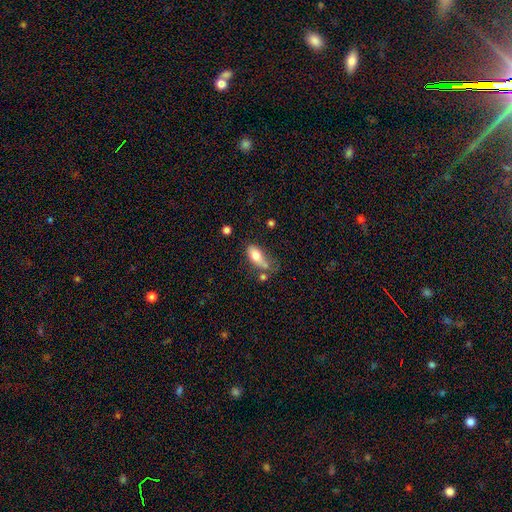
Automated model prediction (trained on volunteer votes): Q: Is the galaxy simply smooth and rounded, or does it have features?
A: smooth — 72%.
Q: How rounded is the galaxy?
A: in between — 81%.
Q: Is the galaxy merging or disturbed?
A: none — 41%.